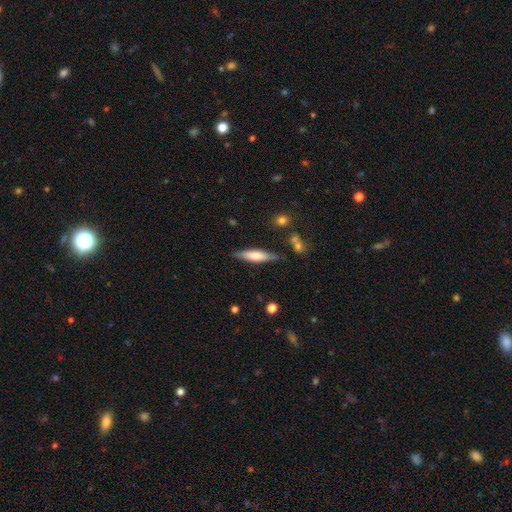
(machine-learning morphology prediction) Smooth or featured: smooth — 58% (featured or disk — 36%)
How rounded: cigar-shaped — 70% (in between — 28%)
Merging: none — 81% (minor disturbance — 14%)